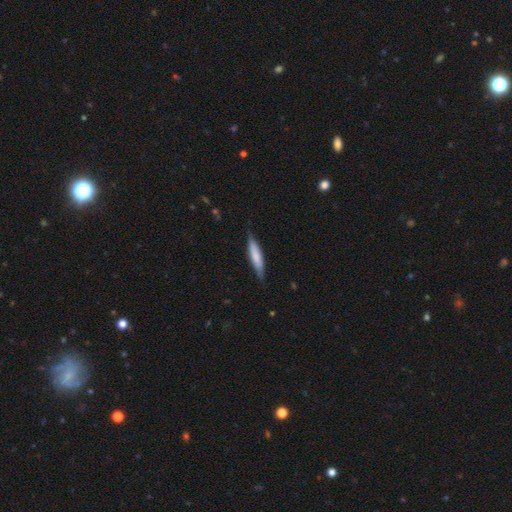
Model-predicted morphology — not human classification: smooth-or-featured: smooth: 68% | featured or disk: 27% | star or artifact: 5%
  how-rounded: cigar-shaped: 84% | in between: 15% | round: 1%
  merging: none: 80% | minor disturbance: 16% | major disturbance: 3% | merger: 1%